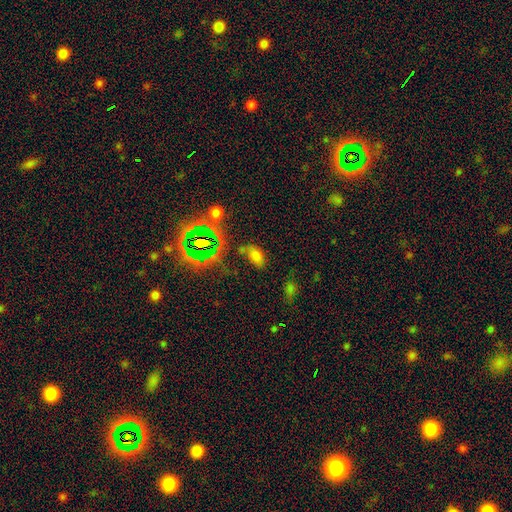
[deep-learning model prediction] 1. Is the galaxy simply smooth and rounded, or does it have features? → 61% smooth, 28% star or artifact, 11% featured or disk.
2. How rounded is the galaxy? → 89% in between, 8% round, 3% cigar-shaped.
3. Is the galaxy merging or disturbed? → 56% none, 22% minor disturbance, 12% major disturbance, 9% merger.